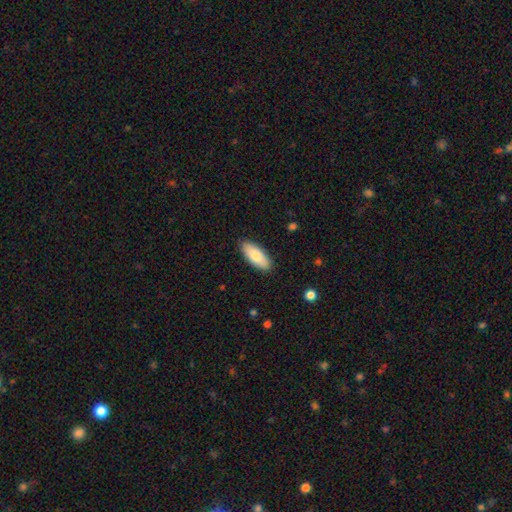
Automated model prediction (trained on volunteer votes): A smooth galaxy with no disk features (81%) that is in between round and cigar-shaped (79%). Merging: none (89%).